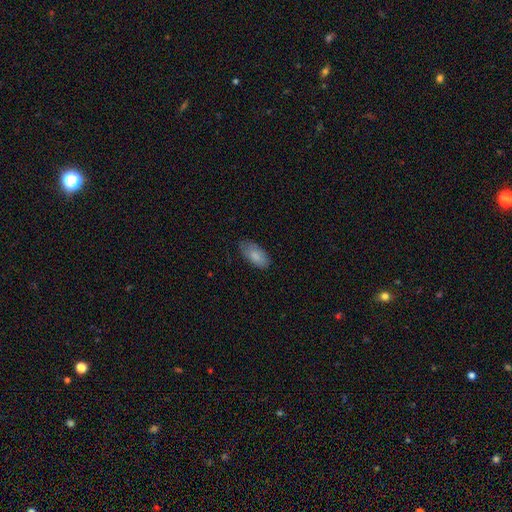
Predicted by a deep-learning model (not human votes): smooth-or-featured: smooth: 85% | featured or disk: 9% | star or artifact: 6%
  how-rounded: in between: 92% | cigar-shaped: 5% | round: 2%
  merging: none: 72% | minor disturbance: 22% | major disturbance: 4% | merger: 1%